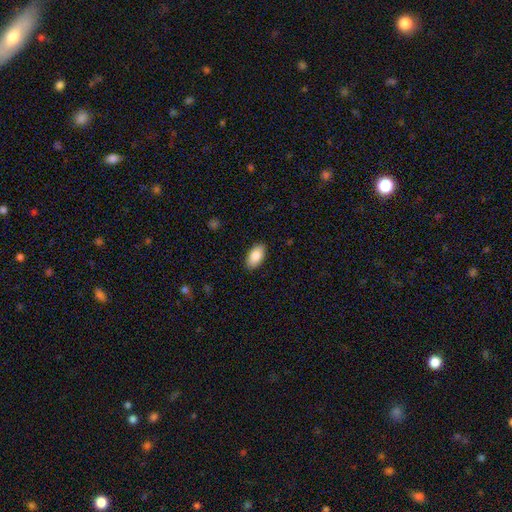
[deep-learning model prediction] Smooth or featured? Predicted: smooth (p=0.87). How rounded? Predicted: in between (p=0.95). Merging? Predicted: none (p=0.89).